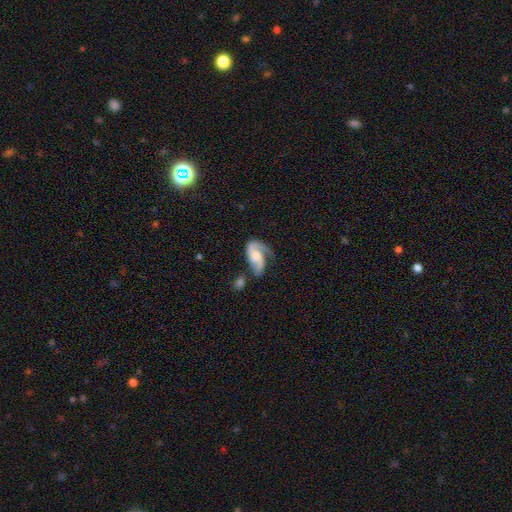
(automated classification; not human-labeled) The model was most divided on "spiral winding": medium: 45%, loose: 37%, tight: 19%. Remaining: edge-on disk — no (97%); spiral arms — yes (94%); smooth or featured — featured or disk (78%); spiral arm count — 2 (76%); bar — no (59%); bulge size — moderate (41%); merging — none (41%).